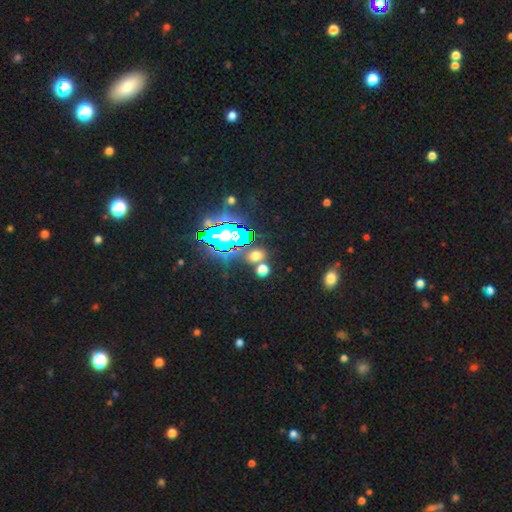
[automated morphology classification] The model was most divided on "smooth or featured": smooth: 54%, star or artifact: 38%, featured or disk: 7%. More confident: merging — none (75%); how rounded — round (64%).